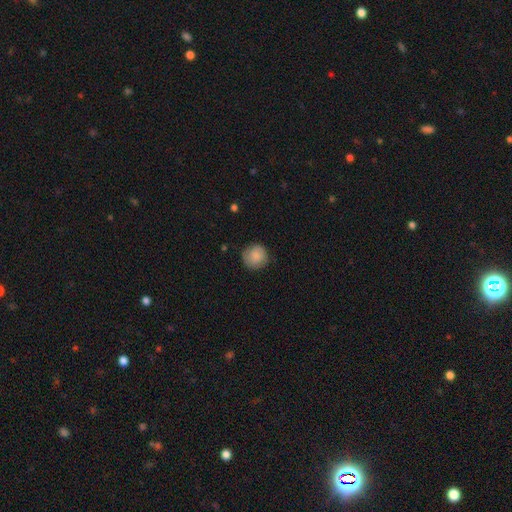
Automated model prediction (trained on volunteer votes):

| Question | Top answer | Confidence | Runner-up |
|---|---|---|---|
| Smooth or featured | smooth | 80% | featured or disk (13%) |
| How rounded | round | 91% | in between (8%) |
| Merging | none | 80% | minor disturbance (15%) |